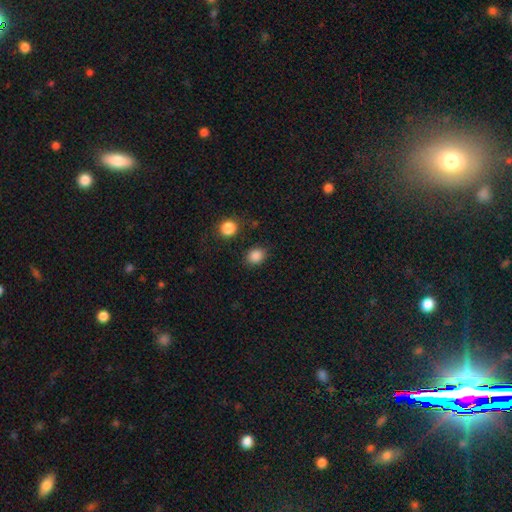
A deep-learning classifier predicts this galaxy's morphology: The model was most divided on "how rounded": round: 59%, in between: 40%, cigar-shaped: 1%. More confident: smooth or featured — smooth (87%); merging — none (83%).